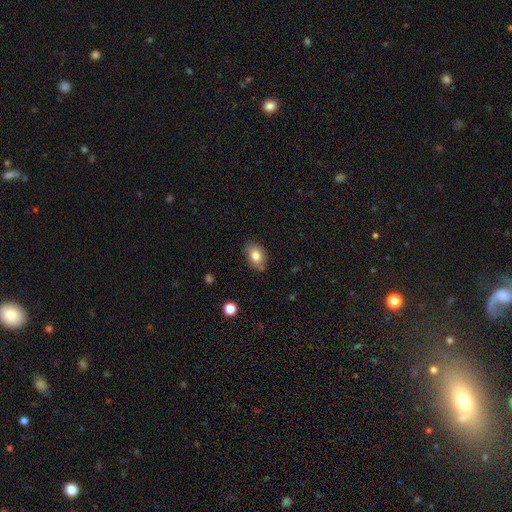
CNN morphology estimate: Overall: smooth (80%). How rounded: in between (81%). Merging: none (78%).